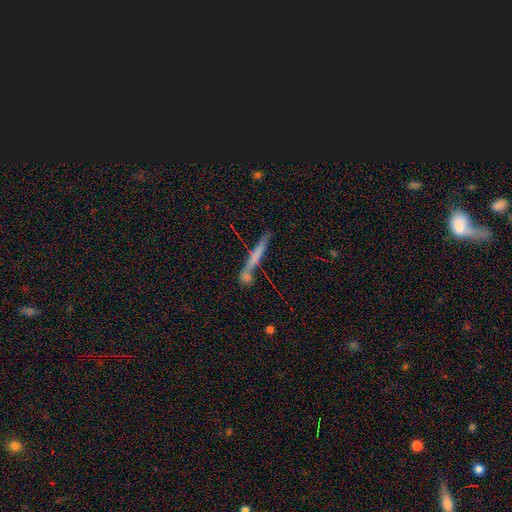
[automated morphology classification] The model was most divided on "smooth or featured": smooth: 50%, featured or disk: 42%, star or artifact: 8%. More confident: how rounded — cigar-shaped (94%); merging — none (62%).